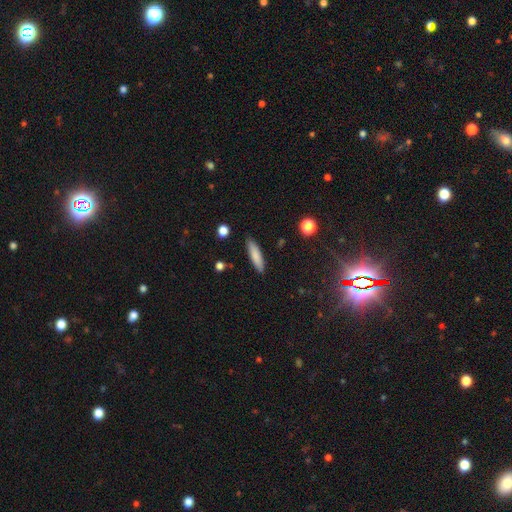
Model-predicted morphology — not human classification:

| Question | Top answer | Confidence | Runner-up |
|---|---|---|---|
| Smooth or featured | smooth | 81% | featured or disk (12%) |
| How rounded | cigar-shaped | 74% | in between (25%) |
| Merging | none | 88% | minor disturbance (8%) |